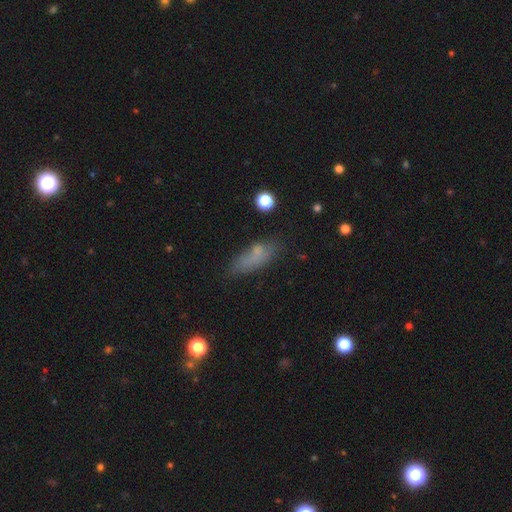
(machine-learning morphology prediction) The model was most divided on "how rounded": in between: 57%, cigar-shaped: 39%, round: 4%. More confident: smooth or featured — smooth (68%); merging — none (59%).